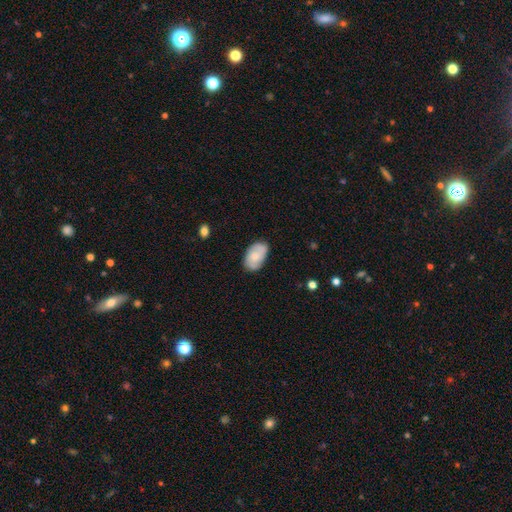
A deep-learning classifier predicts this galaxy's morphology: This is likely a smooth galaxy (65%). How rounded: clearly in between (92%). Merging: likely none (75%).